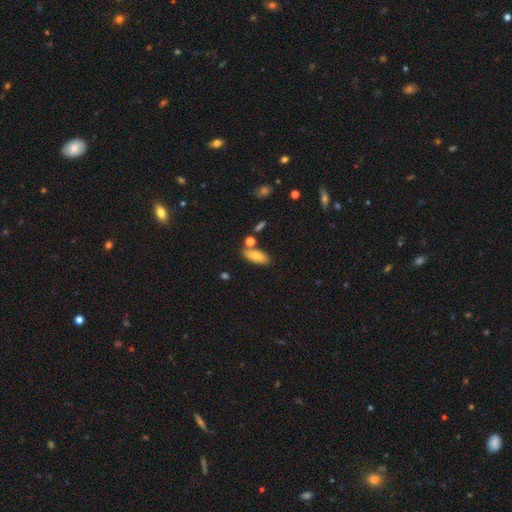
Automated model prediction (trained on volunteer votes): This appears to be a smooth galaxy with no disk features (81%) that is in between round and cigar-shaped (80%). Merging: none (73%).